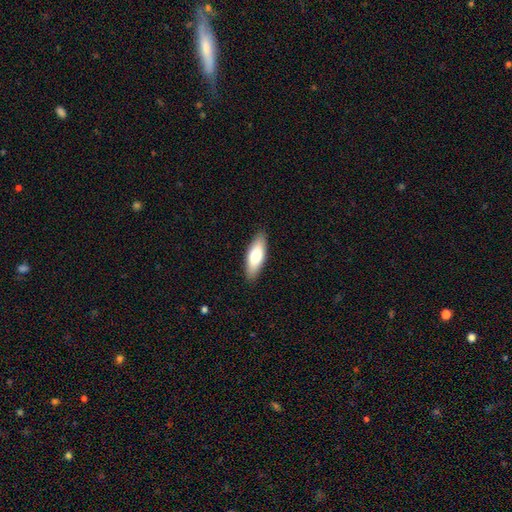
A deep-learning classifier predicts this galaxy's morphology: The model was most divided on "how rounded": in between: 62%, cigar-shaped: 36%, round: 2%. More confident: merging — none (89%); smooth or featured — smooth (74%).